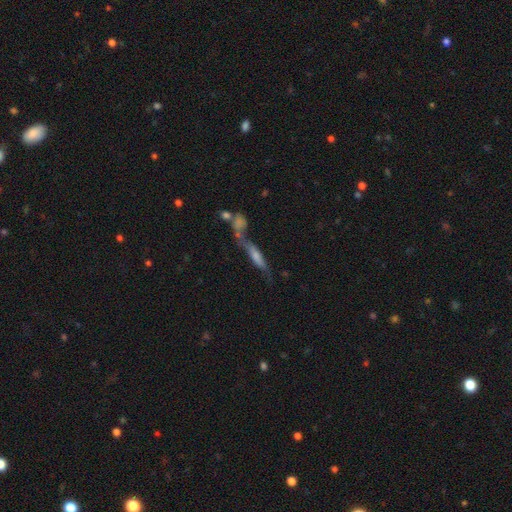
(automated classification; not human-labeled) Smooth or featured? featured or disk (51%)
Edge-on disk? yes (70%)
Merging? merger (43%)